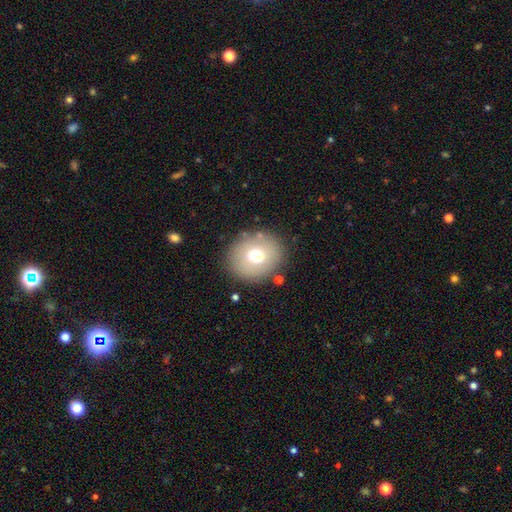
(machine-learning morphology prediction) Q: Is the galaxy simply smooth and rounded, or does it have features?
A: smooth — 69%.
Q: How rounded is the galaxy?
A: round — 78%.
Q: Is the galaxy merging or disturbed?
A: none — 85%.